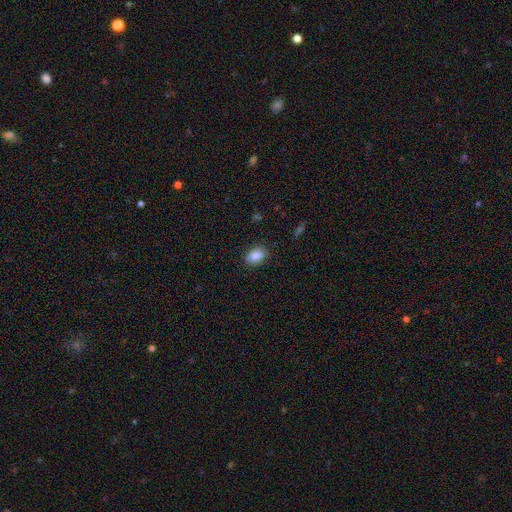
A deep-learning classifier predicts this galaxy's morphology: smooth-or-featured: smooth: 87% | star or artifact: 8% | featured or disk: 5%
  how-rounded: in between: 83% | round: 15% | cigar-shaped: 2%
  merging: none: 85% | minor disturbance: 11% | major disturbance: 3% | merger: 1%